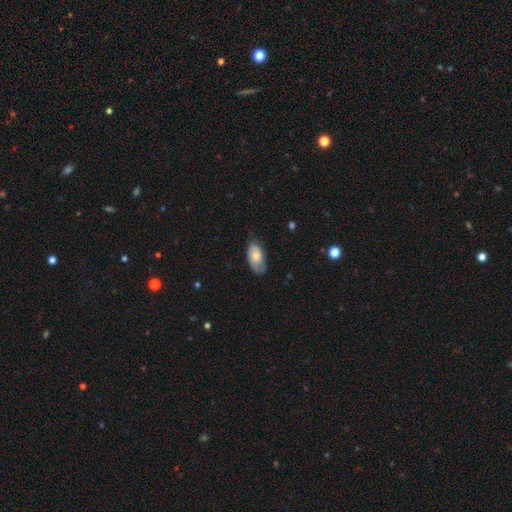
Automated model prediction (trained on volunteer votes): This is possibly a smooth galaxy (50%). How rounded: clearly in between (92%). Merging: likely none (68%).